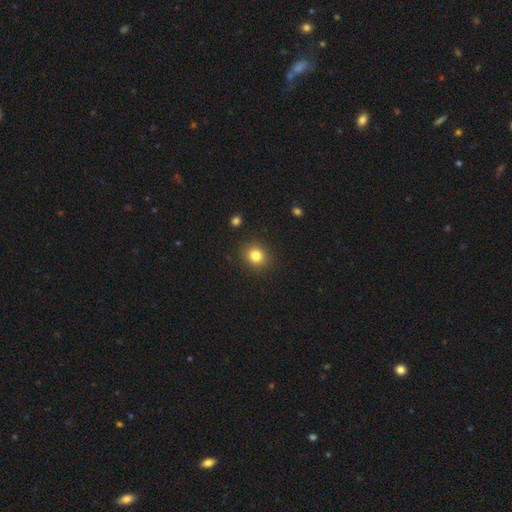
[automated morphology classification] smooth-or-featured: smooth: 81% | star or artifact: 12% | featured or disk: 7%
  how-rounded: round: 78% | in between: 21% | cigar-shaped: 1%
  merging: none: 89% | minor disturbance: 7% | major disturbance: 2% | merger: 2%